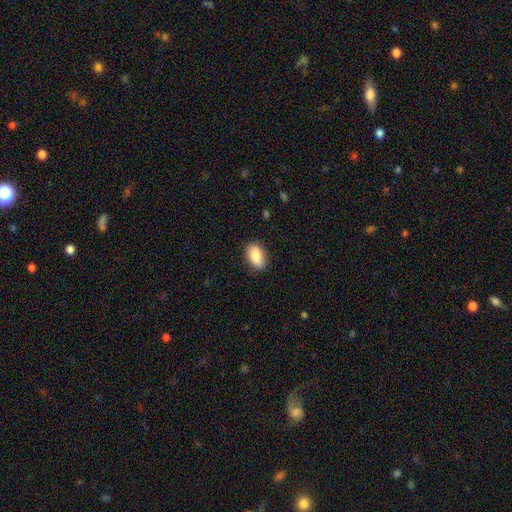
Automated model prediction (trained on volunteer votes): Overall: smooth (88%). How rounded: in between (91%). Merging: none (85%).